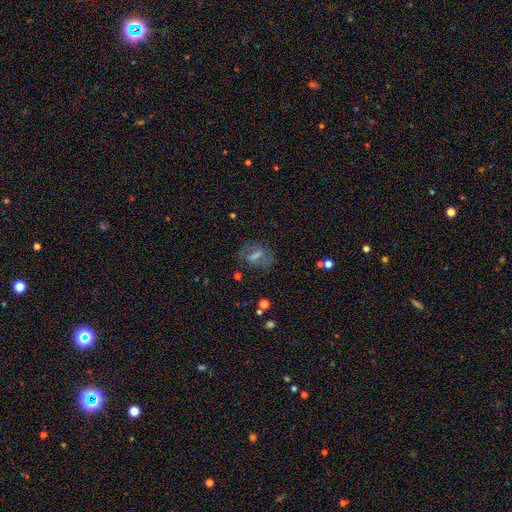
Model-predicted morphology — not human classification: Overall: featured or disk (44%; smooth 35%). Merging: none (68%).